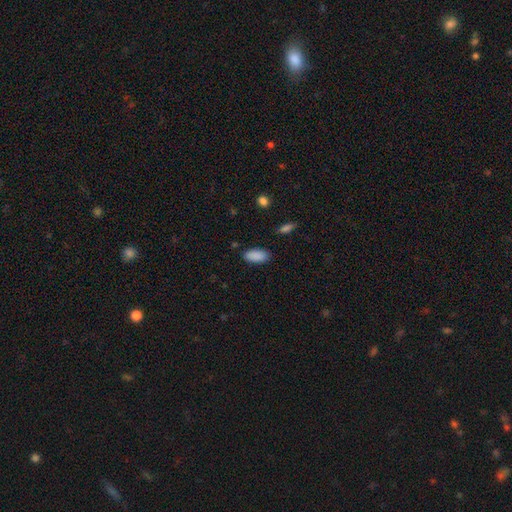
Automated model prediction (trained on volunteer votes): A smooth galaxy with no disk features (89%) that is in between round and cigar-shaped (89%).

Vote fractions:
- Smooth or featured? smooth: 89% / star or artifact: 7% / featured or disk: 3%
- How rounded? in between: 89% / cigar-shaped: 9% / round: 2%
- Merging? none: 86% / minor disturbance: 10% / major disturbance: 2% / merger: 2%